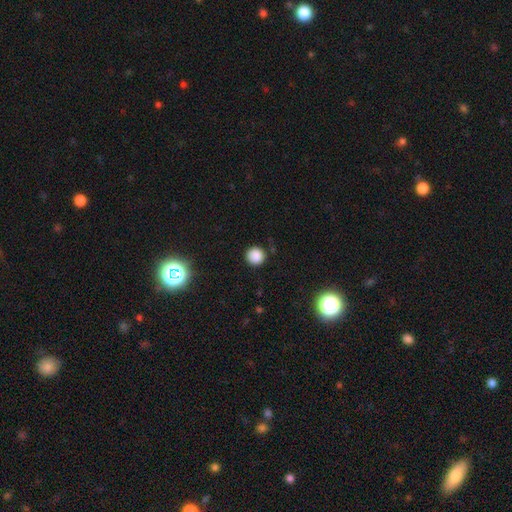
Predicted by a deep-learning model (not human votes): smooth 84%, star or artifact 12%, featured or disk 4%. Down the decision tree: how rounded — round (93%); merging — none (86%).